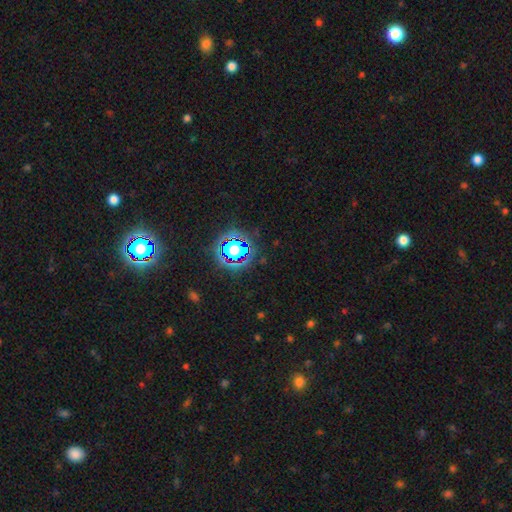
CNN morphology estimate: smooth_or_featured: star or artifact (p=0.78) [alt: smooth p=0.14]